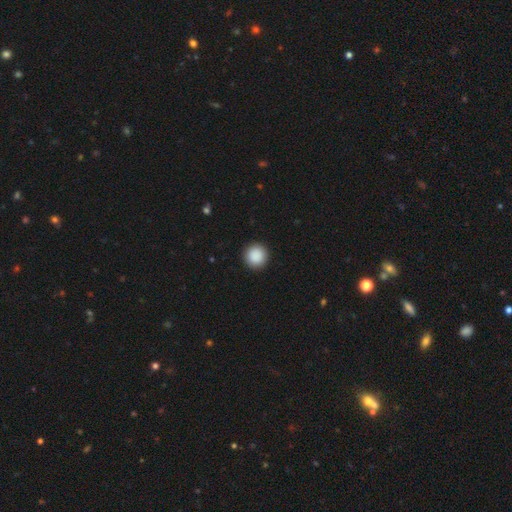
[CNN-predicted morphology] Smooth or featured? Predicted: smooth (p=0.90). How rounded? Predicted: round (p=0.95). Merging? Predicted: none (p=0.93).